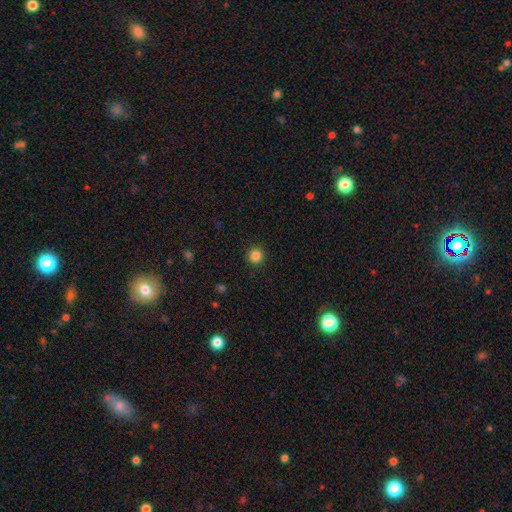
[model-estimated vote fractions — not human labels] This appears to be a smooth galaxy with no disk features (85%) that is round (95%). Merging: none (92%).